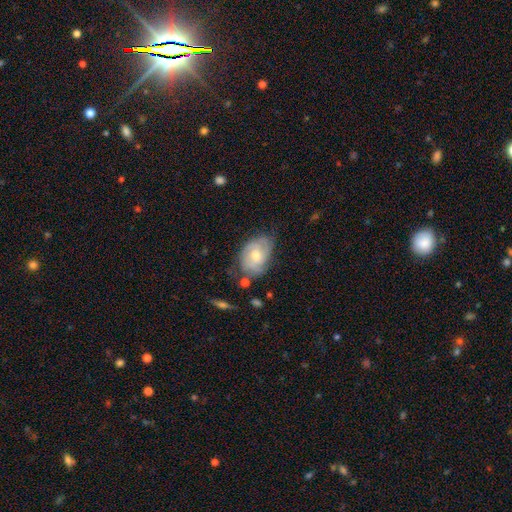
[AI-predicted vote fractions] The model was most divided on "spiral arm count": can't tell: 31%, 2: 28%, 3: 27%, 4: 7%, 1: 4%, more than 4: 3%. More confident: edge-on disk — no (96%); spiral arms — yes (88%); bar — no (67%); smooth or featured — featured or disk (67%); merging — none (62%); bulge size — moderate (61%); spiral winding — tight (53%).